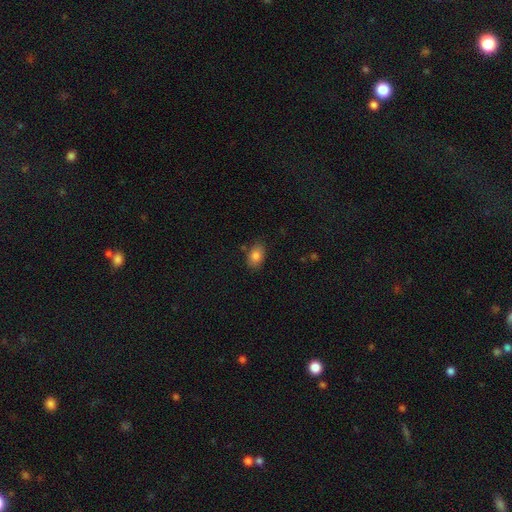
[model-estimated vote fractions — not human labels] smooth 84%, star or artifact 9%, featured or disk 7%. Down the decision tree: how rounded — in between (85%); merging — none (80%).